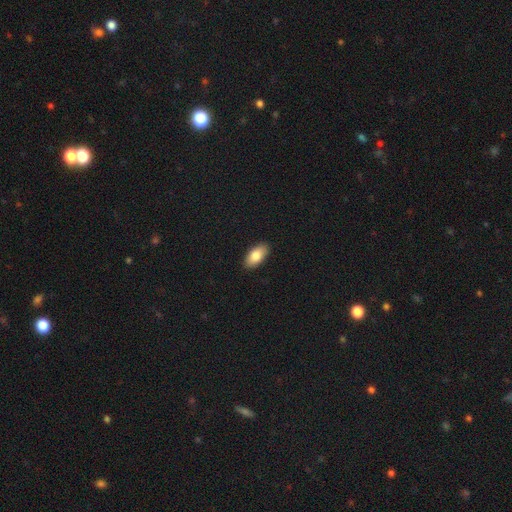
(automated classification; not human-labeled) A smooth galaxy with no disk features (83%) that is in between round and cigar-shaped (92%).

Vote fractions:
- Smooth or featured? smooth: 83% / featured or disk: 11% / star or artifact: 6%
- How rounded? in between: 92% / cigar-shaped: 5% / round: 3%
- Merging? none: 90% / minor disturbance: 7% / major disturbance: 2% / merger: 1%